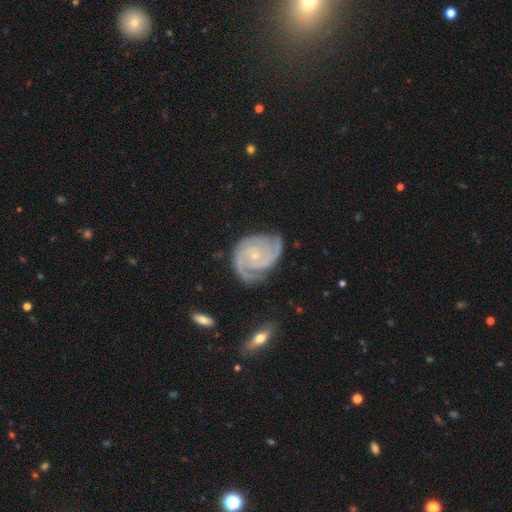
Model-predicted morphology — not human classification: Smooth or featured?
  - featured or disk: 90% *
  - smooth: 5%
  - star or artifact: 5%
Edge-on disk?
  - no: 98% *
  - yes: 2%
Bar?
  - no: 75% *
  - weak: 20%
  - strong: 5%
Spiral arms?
  - yes: 98% *
  - no: 2%
Spiral winding?
  - tight: 65% *
  - medium: 29%
  - loose: 5%
Spiral arm count?
  - 2: 46% *
  - 3: 29%
  - can't tell: 10%
  - 4: 6%
  - 1: 5%
  - more than 4: 4%
Bulge size?
  - small: 81% *
  - moderate: 15%
  - none: 2%
  - large: 1%
  - dominant: 1%
Merging?
  - none: 67% *
  - minor disturbance: 23%
  - major disturbance: 8%
  - merger: 2%